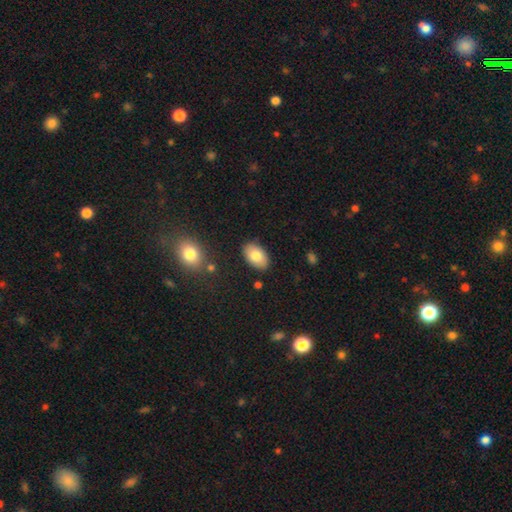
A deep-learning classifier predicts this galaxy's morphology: Smooth or featured: smooth — 79% (featured or disk — 14%)
How rounded: in between — 93% (round — 6%)
Merging: none — 86% (minor disturbance — 10%)